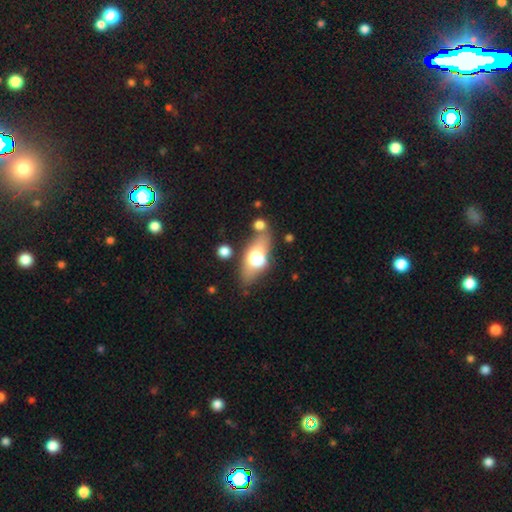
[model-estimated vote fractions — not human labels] Overall: smooth (59%; featured or disk 34%). How rounded: in between (78%). Merging: none (62%).